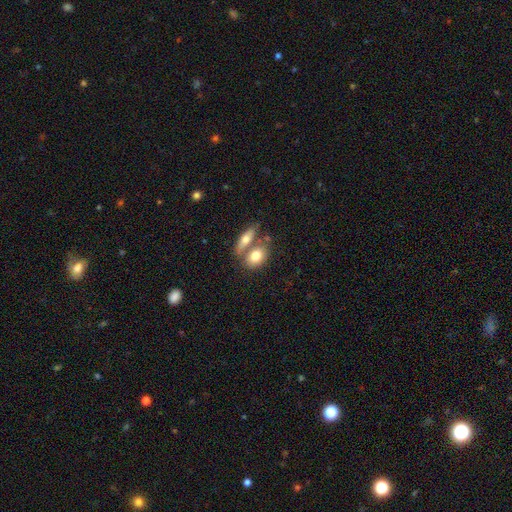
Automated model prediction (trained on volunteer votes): A smooth galaxy with no disk features (74%) that is in between round and cigar-shaped (77%).

Vote fractions:
- Smooth or featured? smooth: 74% / featured or disk: 20% / star or artifact: 6%
- How rounded? in between: 77% / round: 18% / cigar-shaped: 6%
- Merging? merger: 45% / none: 42% / minor disturbance: 10% / major disturbance: 4%